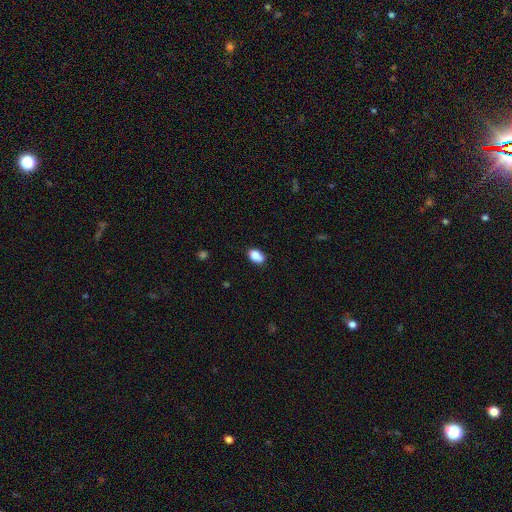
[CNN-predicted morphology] Smooth or featured? smooth (87%)
How rounded? in between (87%)
Merging? none (75%)